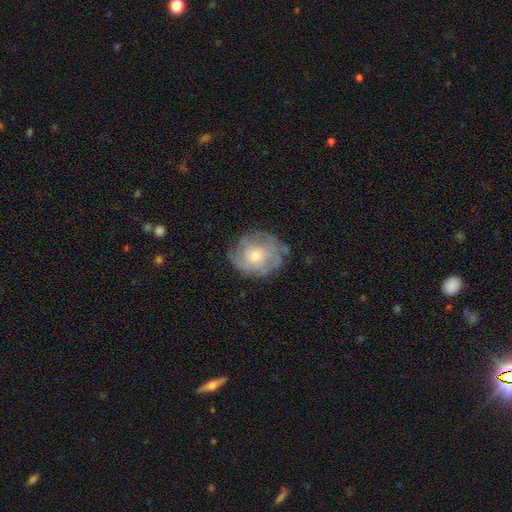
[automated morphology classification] Smooth or featured: featured or disk — 70% (smooth — 23%)
Edge-on disk: no — 97% (yes — 3%)
Bar: no — 78% (weak — 19%)
Spiral arms: yes — 80% (no — 20%)
Spiral winding: tight — 61% (medium — 28%)
Spiral arm count: can't tell — 53% (3 — 14%)
Bulge size: moderate — 57% (small — 36%)
Merging: none — 73% (minor disturbance — 19%)